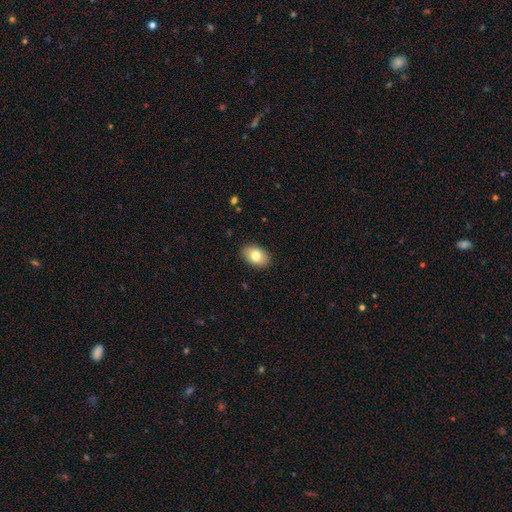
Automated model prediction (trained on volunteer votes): This is clearly a smooth galaxy (80%). How rounded: clearly in between (87%). Merging: clearly none (89%).